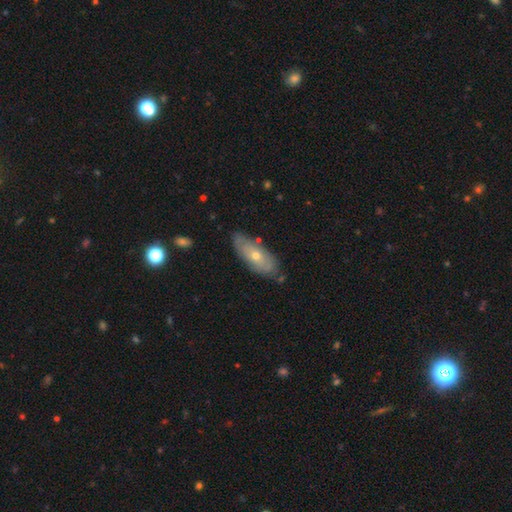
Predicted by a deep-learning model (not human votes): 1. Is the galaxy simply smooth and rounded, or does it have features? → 48% smooth, 46% featured or disk, 7% star or artifact.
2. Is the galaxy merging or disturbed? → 73% none, 20% minor disturbance, 4% major disturbance, 3% merger.